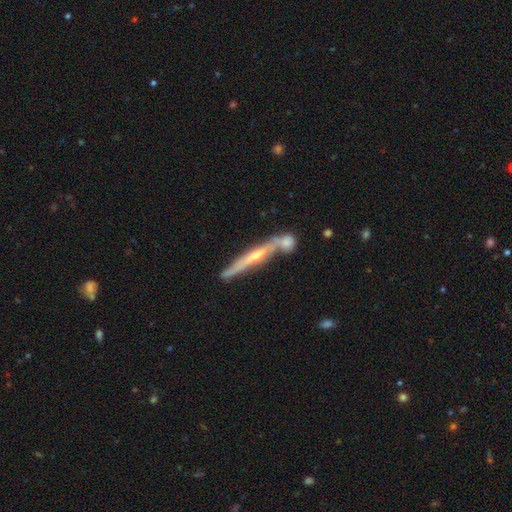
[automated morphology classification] smooth-or-featured: featured or disk: 69% | smooth: 25% | star or artifact: 6%
  disk-edge-on: yes: 92% | no: 8%
    edge-on-bulge: rounded: 69% | none: 25% | boxy: 5%
  merging: none: 56% | merger: 28% | minor disturbance: 13% | major disturbance: 4%